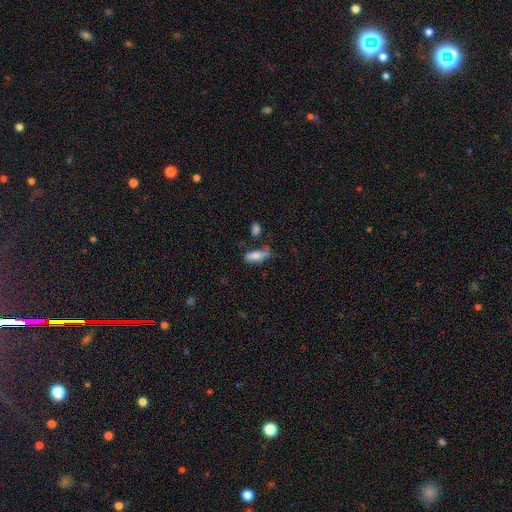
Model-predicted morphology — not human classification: Smooth or featured: smooth — 78% (featured or disk — 13%)
How rounded: in between — 75% (cigar-shaped — 23%)
Merging: none — 44% (minor disturbance — 28%)